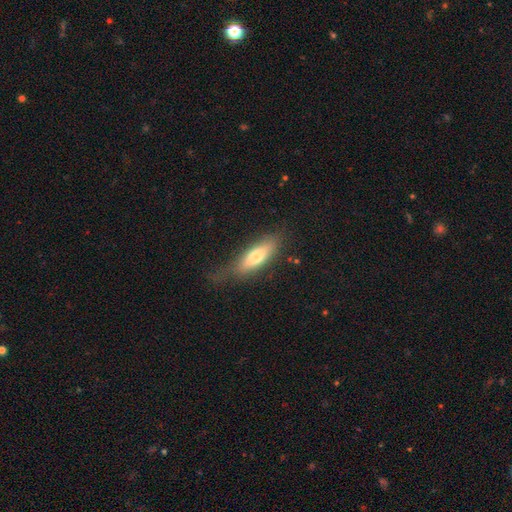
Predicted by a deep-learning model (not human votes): Smooth or featured? Predicted: smooth (p=0.63). How rounded? Predicted: cigar-shaped (p=0.54). Merging? Predicted: none (p=0.58).